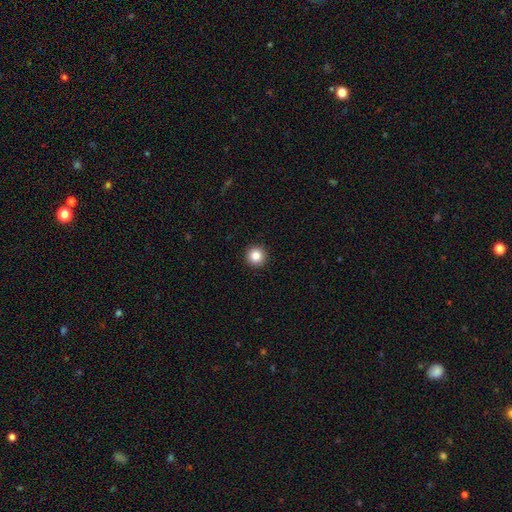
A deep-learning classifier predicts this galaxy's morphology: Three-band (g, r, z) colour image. It shows a smooth galaxy with no disk features (85%) that is round (96%). Merging: none (94%).